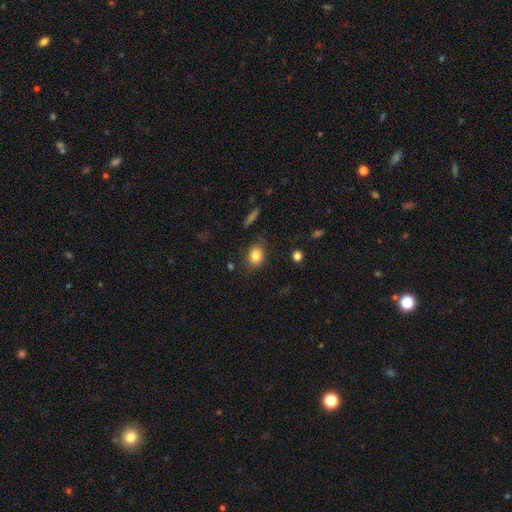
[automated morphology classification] Smooth or featured? smooth (82%)
How rounded? round (52%)
Merging? none (79%)